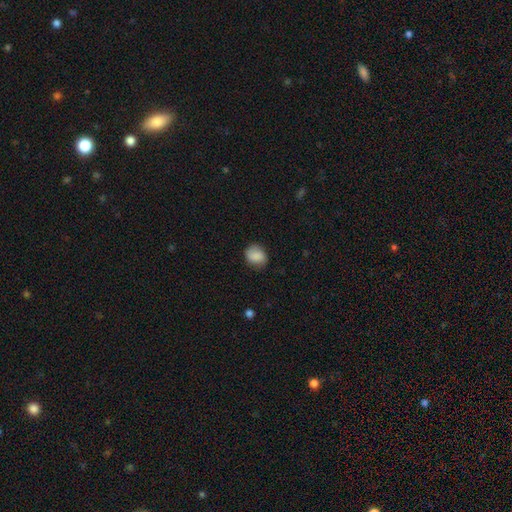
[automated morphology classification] Smooth or featured?
  - smooth: 77% *
  - featured or disk: 15%
  - star or artifact: 8%
How rounded?
  - round: 60% *
  - in between: 39%
  - cigar-shaped: 1%
Merging?
  - none: 76% *
  - minor disturbance: 18%
  - major disturbance: 5%
  - merger: 1%